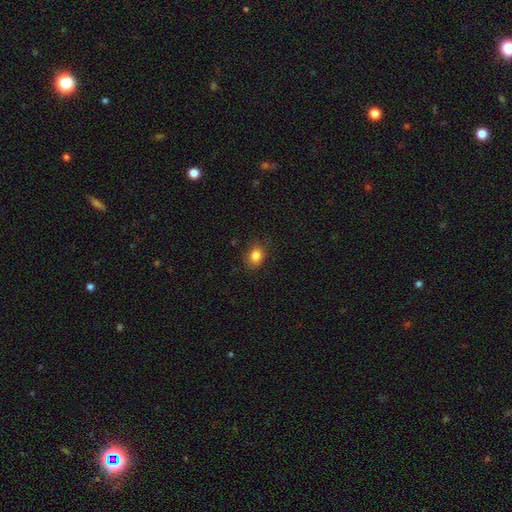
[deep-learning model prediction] Overall: smooth (84%). How rounded: in between (51%; round 48%). Merging: none (83%).